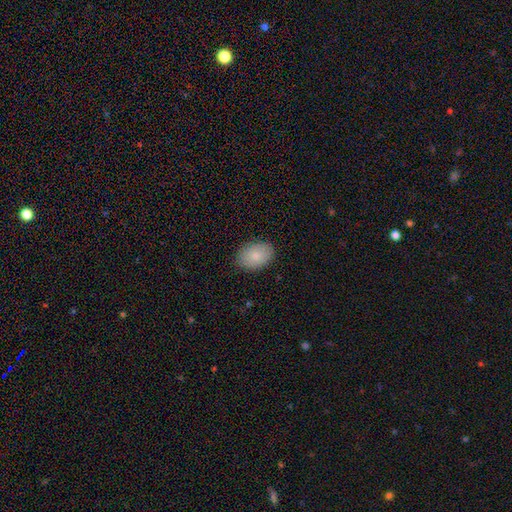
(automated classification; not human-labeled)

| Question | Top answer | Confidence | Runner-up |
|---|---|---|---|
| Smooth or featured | smooth | 84% | featured or disk (9%) |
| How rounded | in between | 84% | round (15%) |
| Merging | none | 87% | minor disturbance (10%) |